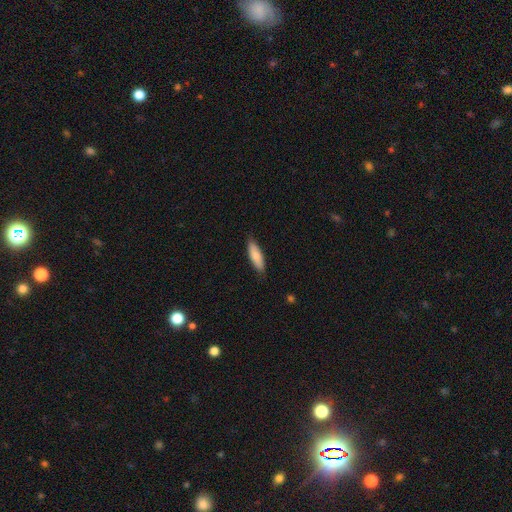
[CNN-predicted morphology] Smooth or featured? smooth (82%)
How rounded? cigar-shaped (51%)
Merging? none (85%)